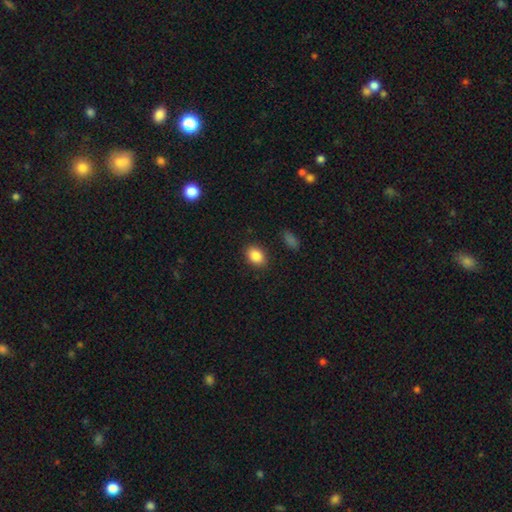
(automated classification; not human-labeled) Smooth or featured: smooth — 87% (star or artifact — 8%)
How rounded: in between — 73% (round — 25%)
Merging: none — 88% (minor disturbance — 8%)